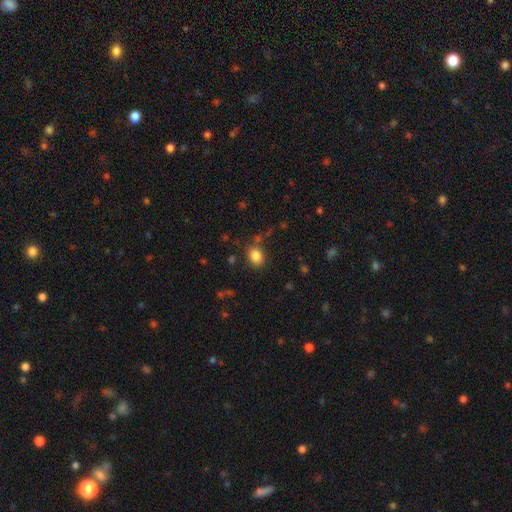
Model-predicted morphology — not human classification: A smooth galaxy with no disk features (84%) that is in between round and cigar-shaped (53%).

Vote fractions:
- Smooth or featured? smooth: 84% / star or artifact: 10% / featured or disk: 5%
- How rounded? in between: 53% / round: 46% / cigar-shaped: 1%
- Merging? none: 78% / minor disturbance: 13% / merger: 5% / major disturbance: 5%